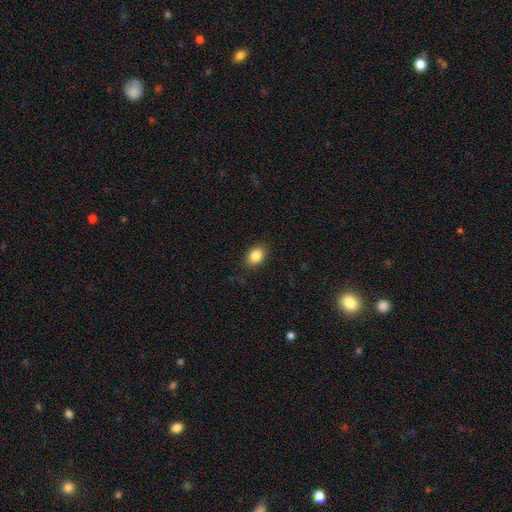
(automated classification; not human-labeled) Overall: smooth (86%). How rounded: in between (70%). Merging: none (86%).